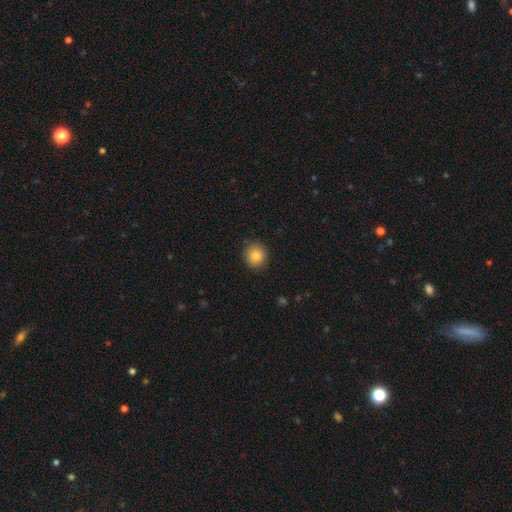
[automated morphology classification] This is clearly a smooth galaxy (84%). How rounded: clearly round (89%). Merging: clearly none (88%).